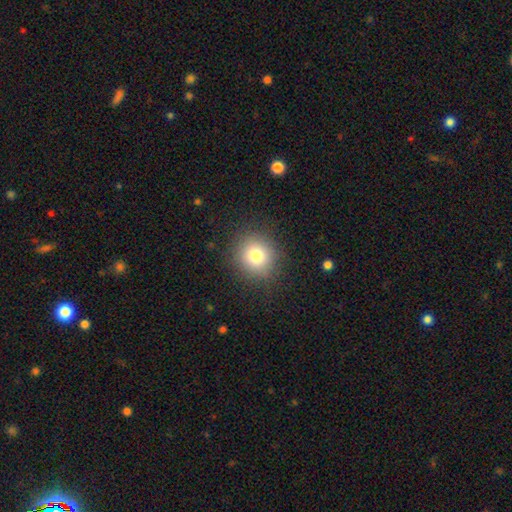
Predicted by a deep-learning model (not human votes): smooth_or_featured: smooth (p=0.78) [alt: star or artifact p=0.12]
how_rounded: round (p=0.89) [alt: in between p=0.10]
merging: none (p=0.87) [alt: minor disturbance p=0.08]